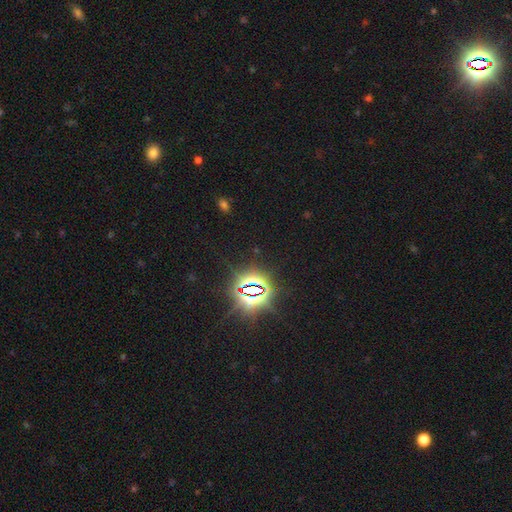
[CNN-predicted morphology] Smooth or featured? Predicted: star or artifact (p=0.83).